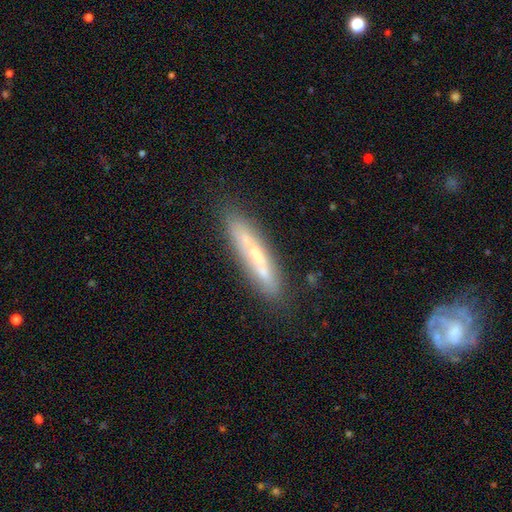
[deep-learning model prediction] Smooth or featured? Predicted: featured or disk (p=0.52). Edge-on disk? Predicted: yes (p=0.70). Merging? Predicted: none (p=0.77).